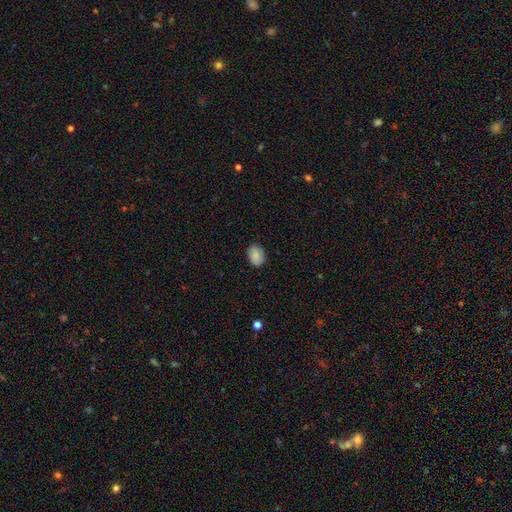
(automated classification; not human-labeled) smooth 81%, featured or disk 11%, star or artifact 8%. Down the decision tree: how rounded — in between (70%); merging — none (83%).